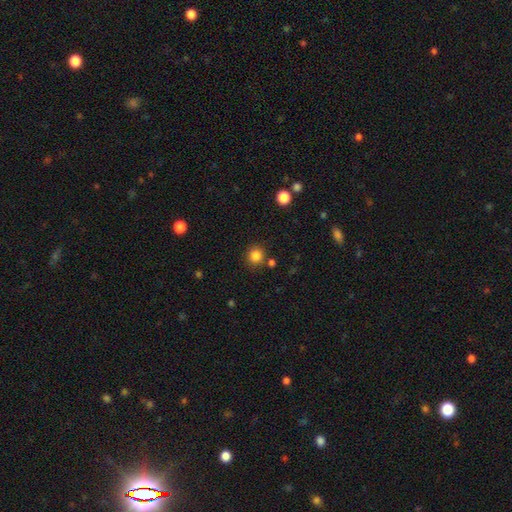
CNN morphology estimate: Smooth or featured: smooth — 84% (star or artifact — 12%)
How rounded: round — 91% (in between — 8%)
Merging: none — 82% (minor disturbance — 8%)